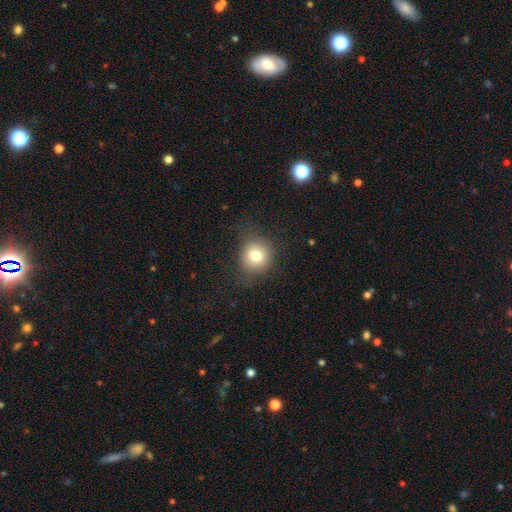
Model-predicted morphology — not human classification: smooth-or-featured: smooth: 77% | star or artifact: 12% | featured or disk: 11%
  how-rounded: round: 82% | in between: 17% | cigar-shaped: 1%
  merging: none: 79% | minor disturbance: 14% | major disturbance: 6% | merger: 1%